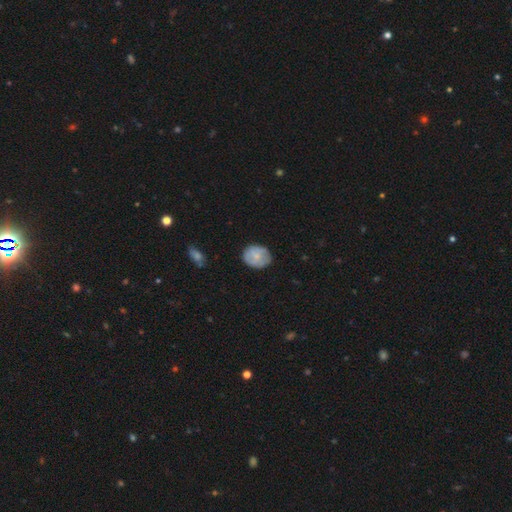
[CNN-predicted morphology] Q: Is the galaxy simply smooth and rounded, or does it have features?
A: smooth — 65%.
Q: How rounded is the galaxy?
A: round — 62%.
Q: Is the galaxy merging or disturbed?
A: none — 75%.